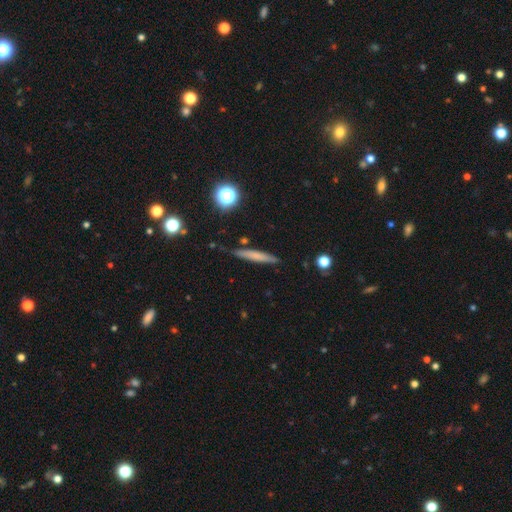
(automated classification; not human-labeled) smooth-or-featured: smooth: 63% | featured or disk: 28% | star or artifact: 9%
  how-rounded: cigar-shaped: 92% | in between: 6% | round: 2%
  merging: none: 80% | minor disturbance: 14% | major disturbance: 3% | merger: 3%